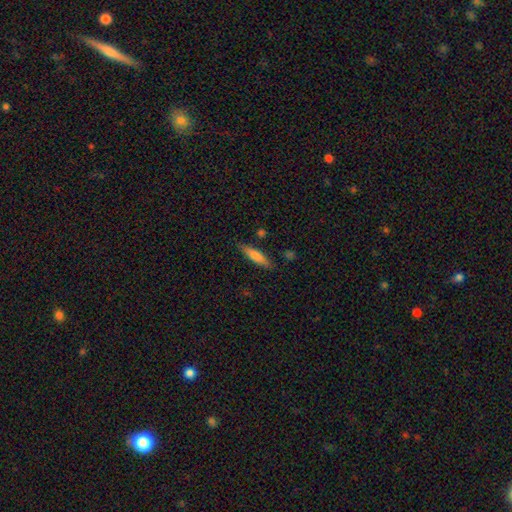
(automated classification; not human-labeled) Smooth or featured? Predicted: smooth (p=0.74). How rounded? Predicted: cigar-shaped (p=0.76). Merging? Predicted: none (p=0.81).